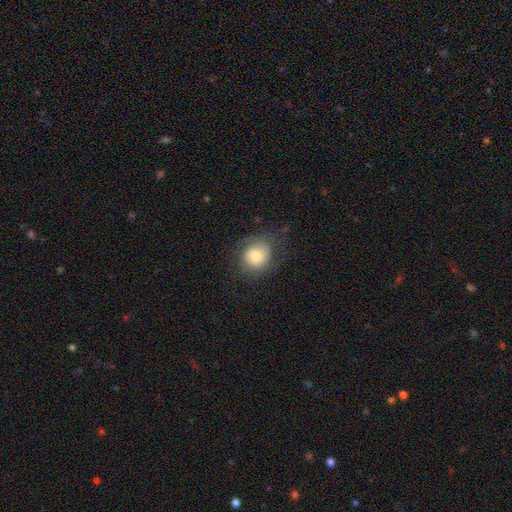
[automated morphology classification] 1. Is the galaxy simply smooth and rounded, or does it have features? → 60% smooth, 31% featured or disk, 9% star or artifact.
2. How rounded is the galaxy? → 71% round, 28% in between, 1% cigar-shaped.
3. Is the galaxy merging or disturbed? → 68% none, 19% minor disturbance, 12% major disturbance, 1% merger.